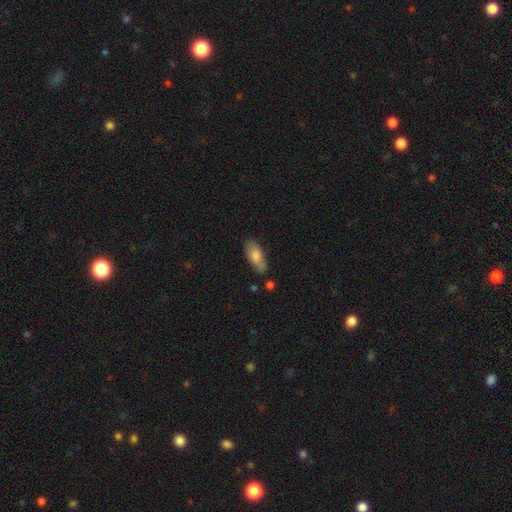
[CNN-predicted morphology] Smooth or featured? Predicted: smooth (p=0.75). How rounded? Predicted: in between (p=0.82). Merging? Predicted: none (p=0.70).